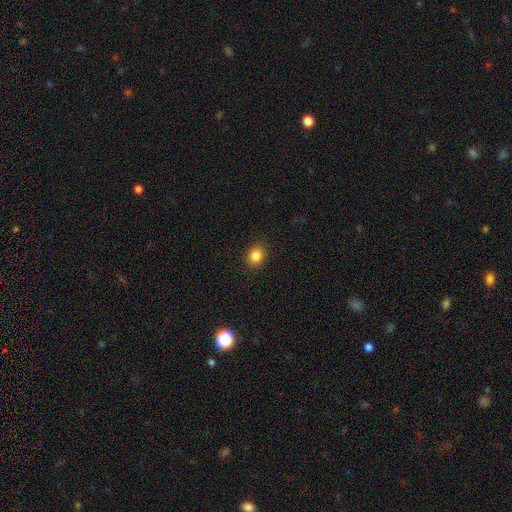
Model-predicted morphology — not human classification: smooth 84%, star or artifact 10%, featured or disk 5%. Down the decision tree: how rounded — round (52%); merging — none (90%).